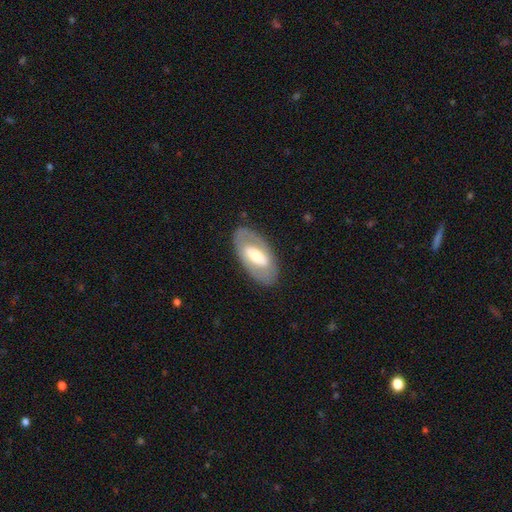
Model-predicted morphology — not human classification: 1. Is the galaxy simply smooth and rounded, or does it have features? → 59% featured or disk, 36% smooth, 5% star or artifact.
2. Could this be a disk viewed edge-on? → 88% no, 12% yes.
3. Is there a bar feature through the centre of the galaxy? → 34% weak (tied), 34% strong (tied), 32% no.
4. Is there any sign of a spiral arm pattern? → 72% no, 28% yes.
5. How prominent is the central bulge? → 59% moderate, 19% large, 19% small, 2% dominant, 1% none.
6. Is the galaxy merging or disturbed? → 83% none, 11% minor disturbance, 5% major disturbance, 1% merger.